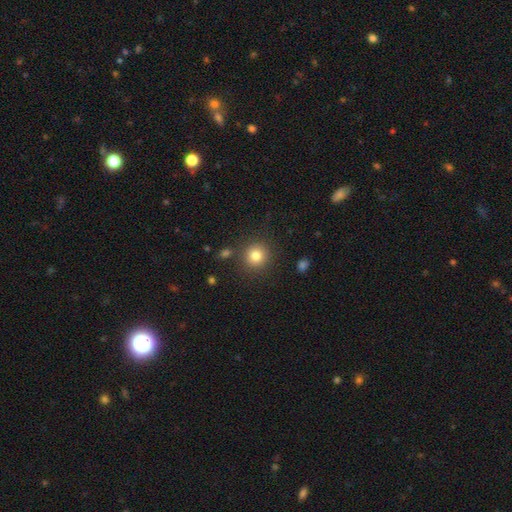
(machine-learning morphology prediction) Smooth or featured? Predicted: smooth (p=0.82). How rounded? Predicted: round (p=0.92). Merging? Predicted: none (p=0.87).